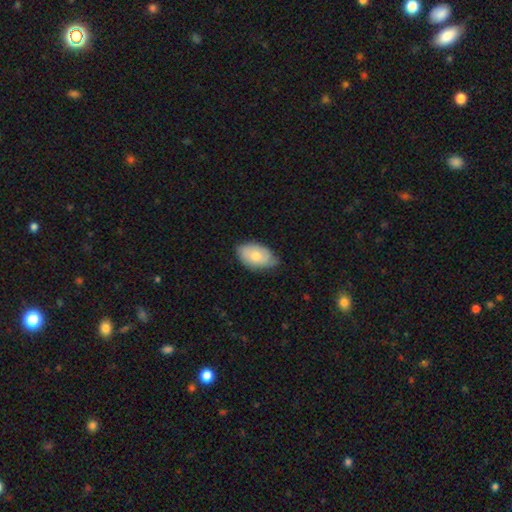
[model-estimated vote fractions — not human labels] A smooth galaxy with no disk features (69%) that is in between round and cigar-shaped (92%).

Vote fractions:
- Smooth or featured? smooth: 69% / featured or disk: 25% / star or artifact: 6%
- How rounded? in between: 92% / round: 7% / cigar-shaped: 1%
- Merging? none: 63% / minor disturbance: 31% / major disturbance: 5% / merger: 1%